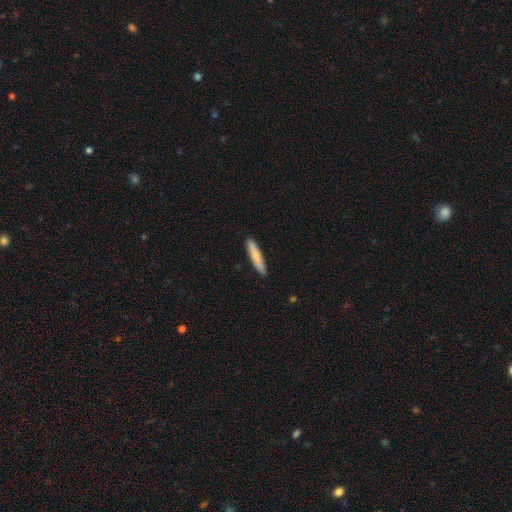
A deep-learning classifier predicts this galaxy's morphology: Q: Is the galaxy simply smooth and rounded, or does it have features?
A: smooth — 77%.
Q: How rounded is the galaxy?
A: cigar-shaped — 89%.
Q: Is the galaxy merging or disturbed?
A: none — 90%.